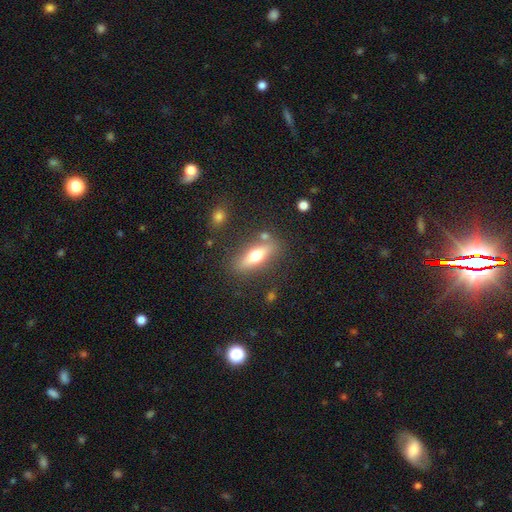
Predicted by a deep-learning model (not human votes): Overall: smooth (56%; featured or disk 36%). How rounded: in between (49%; cigar-shaped 47%). Merging: none (78%).